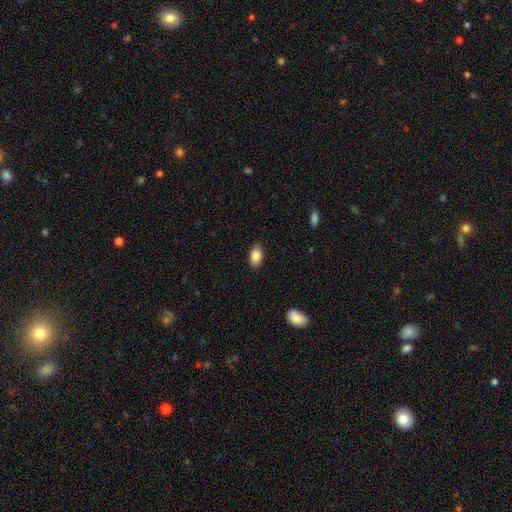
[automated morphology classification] The model was most divided on "merging": none: 87%, minor disturbance: 9%, major disturbance: 2%, merger: 1%. More confident: how rounded — in between (92%); smooth or featured — smooth (87%).